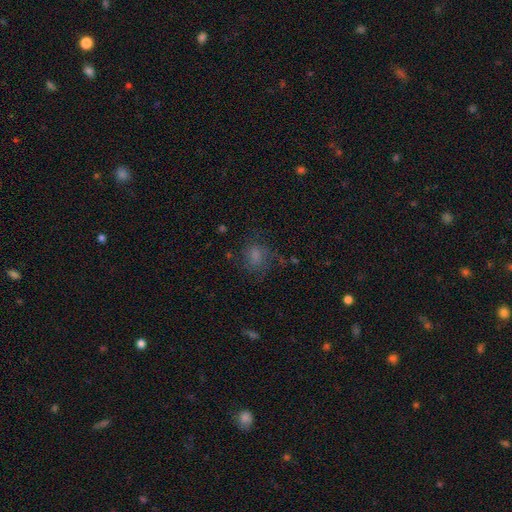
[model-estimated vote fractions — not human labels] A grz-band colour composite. It shows a smooth galaxy with no disk features (61%) that is round (59%). Merging: none (59%).